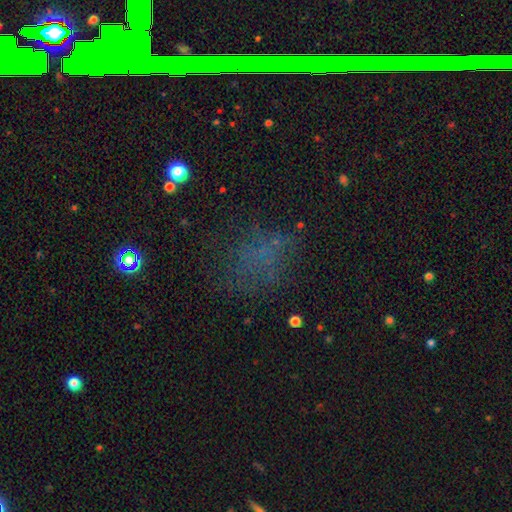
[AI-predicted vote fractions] Smooth or featured? Predicted: star or artifact (p=0.48).